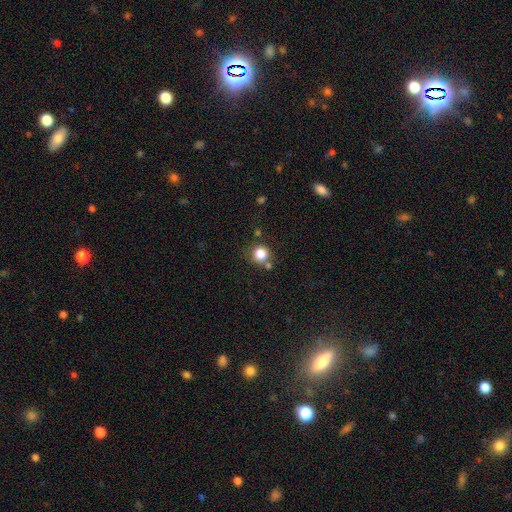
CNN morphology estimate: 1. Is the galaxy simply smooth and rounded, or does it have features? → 50% star or artifact, 39% smooth, 11% featured or disk.